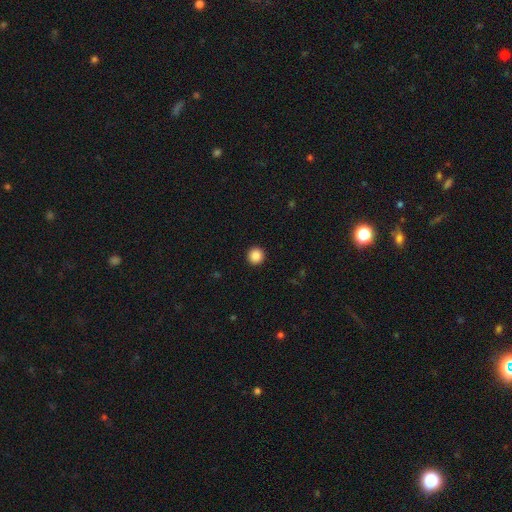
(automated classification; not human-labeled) A smooth galaxy with no disk features (87%) that is round (95%).

Vote fractions:
- Smooth or featured? smooth: 87% / star or artifact: 10% / featured or disk: 4%
- How rounded? round: 95% / in between: 4% / cigar-shaped: 1%
- Merging? none: 94% / minor disturbance: 4% / major disturbance: 1% / merger: 1%